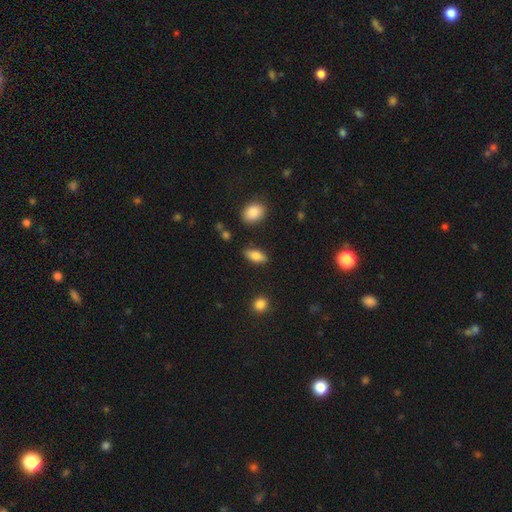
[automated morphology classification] Smooth or featured: smooth — 78% (featured or disk — 14%)
How rounded: in between — 83% (cigar-shaped — 14%)
Merging: none — 83% (minor disturbance — 12%)